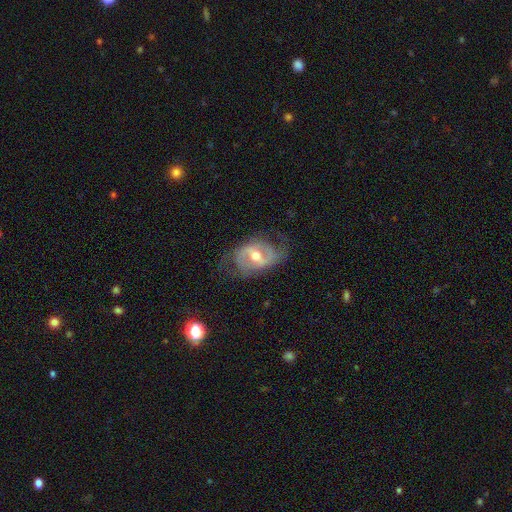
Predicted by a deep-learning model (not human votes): This appears to be a featured or disk galaxy (82%) with a weak bar (45%), 2 (79%) medium (44%) spiral arms (89%) and a moderate central bulge (71%). Merging: none (64%).